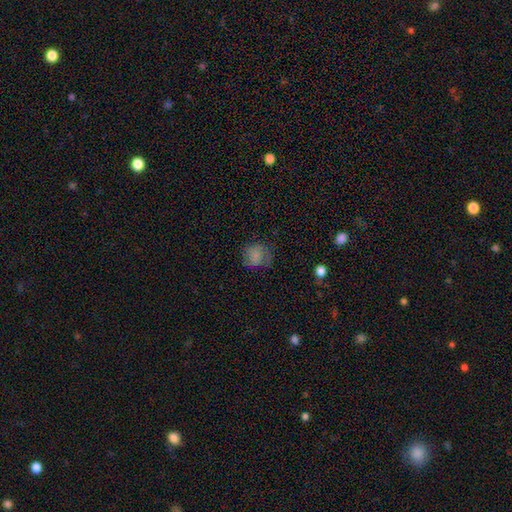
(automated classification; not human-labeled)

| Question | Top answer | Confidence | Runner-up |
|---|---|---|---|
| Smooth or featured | smooth | 72% | featured or disk (18%) |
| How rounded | round | 80% | in between (19%) |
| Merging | none | 61% | minor disturbance (25%) |